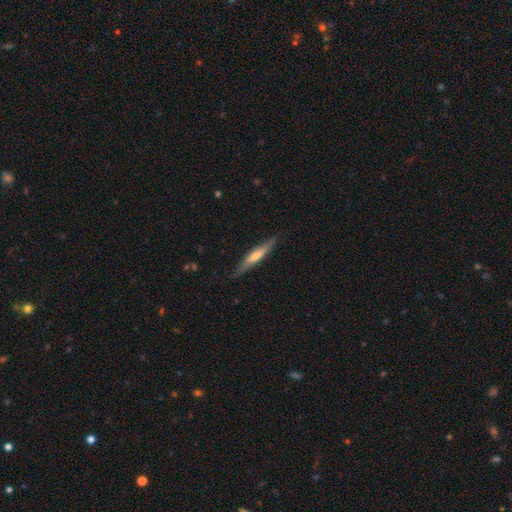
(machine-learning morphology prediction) A featured or disk galaxy (57%) viewed edge-on (93%) with a rounded central bulge (72%).

Vote fractions:
- Smooth or featured? featured or disk: 57% / smooth: 38% / star or artifact: 6%
- Edge-on disk? yes: 93% / no: 7%
- Edge-on bulge? rounded: 72% / none: 21% / boxy: 7%
- Merging? none: 85% / minor disturbance: 12% / major disturbance: 2% / merger: 1%